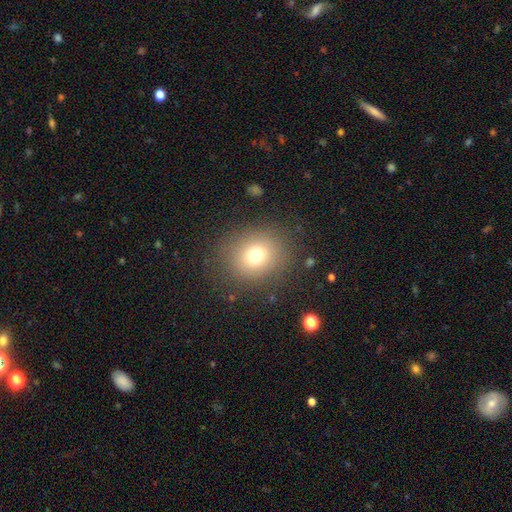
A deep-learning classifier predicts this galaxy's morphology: A smooth galaxy with no disk features (74%) that is round (74%). Merging: none (83%).